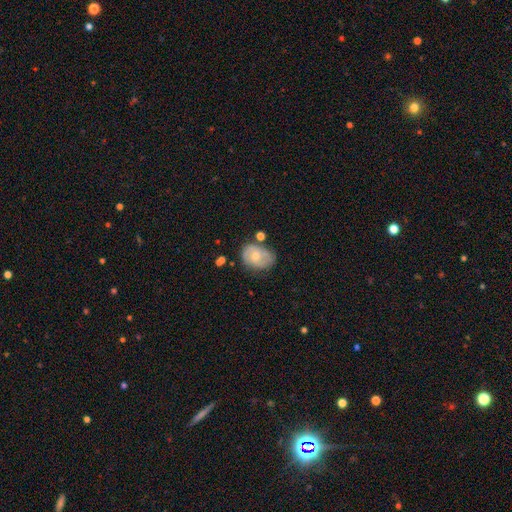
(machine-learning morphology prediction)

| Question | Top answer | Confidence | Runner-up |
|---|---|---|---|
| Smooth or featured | smooth | 53% | featured or disk (40%) |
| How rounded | in between | 67% | round (32%) |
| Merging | none | 55% | minor disturbance (29%) |